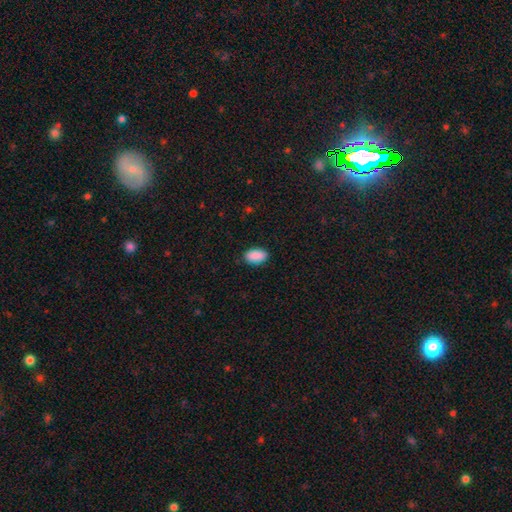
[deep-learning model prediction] smooth 91%, star or artifact 7%, featured or disk 2%. Down the decision tree: how rounded — in between (94%); merging — none (88%).